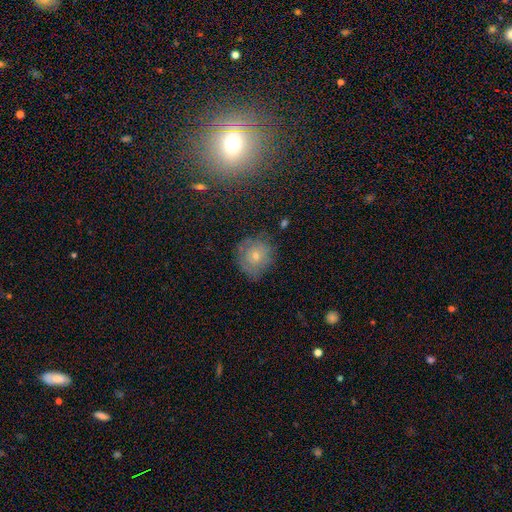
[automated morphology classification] Q: Smooth or featured?
A: smooth (50%); runner-up: featured or disk (30%)
Q: How rounded?
A: round (87%); runner-up: in between (12%)
Q: Merging?
A: none (77%); runner-up: minor disturbance (16%)